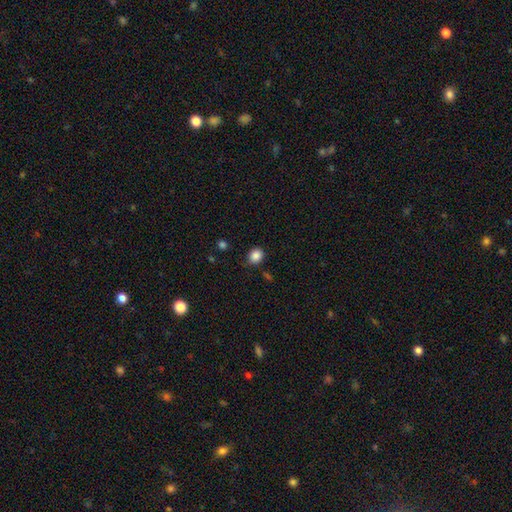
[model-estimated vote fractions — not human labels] This appears to be a smooth galaxy with no disk features (87%) that is round (66%). Merging: none (83%).